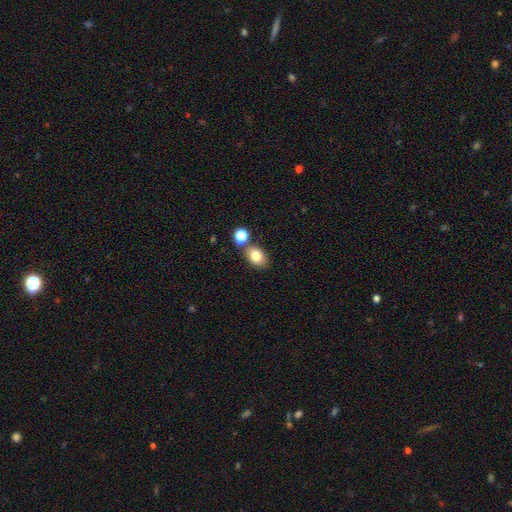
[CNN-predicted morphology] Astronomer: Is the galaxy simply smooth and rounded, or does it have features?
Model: smooth — 81%.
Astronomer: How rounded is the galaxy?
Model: in between — 71%.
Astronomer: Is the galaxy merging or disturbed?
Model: none — 68%.